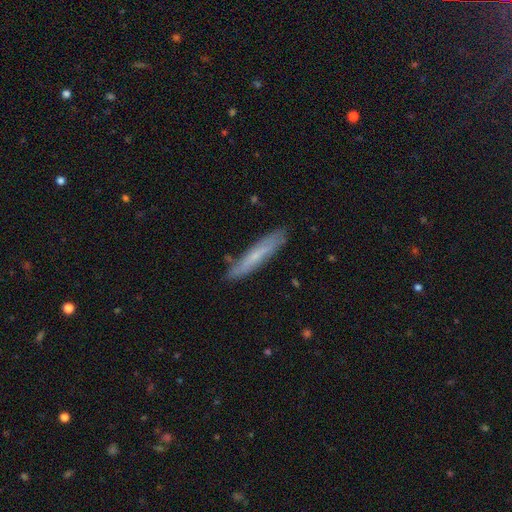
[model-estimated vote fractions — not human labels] This is possibly a smooth galaxy (52%). How rounded: clearly cigar-shaped (91%). Merging: clearly none (82%).